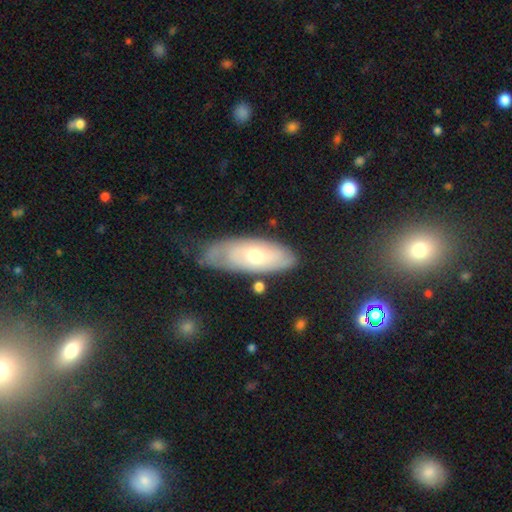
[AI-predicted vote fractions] A featured or disk galaxy (51%). Merging: none (62%).